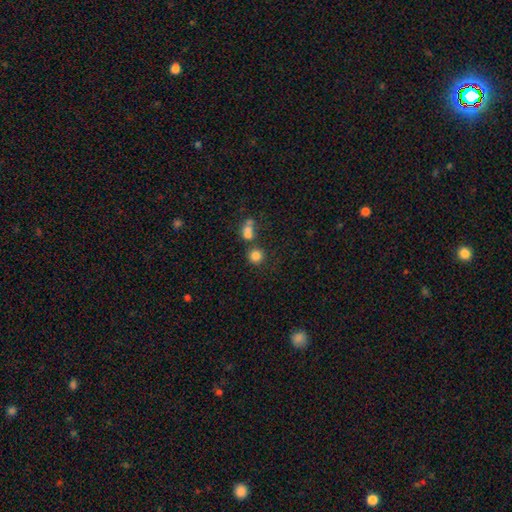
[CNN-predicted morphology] Smooth or featured? smooth (80%)
How rounded? round (92%)
Merging? none (68%)